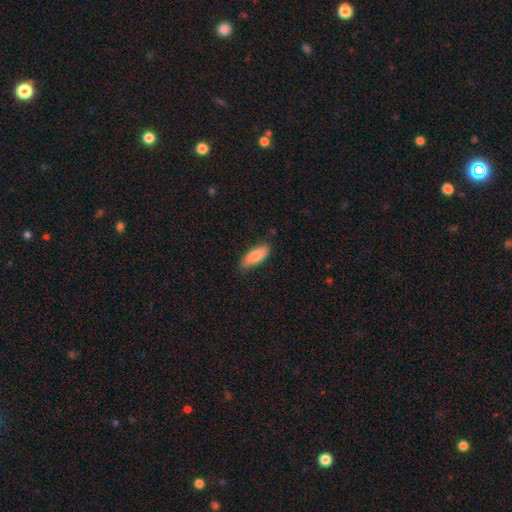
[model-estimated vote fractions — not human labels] Morphology: type=smooth (85%); roundness=in between (76%); merging=none (79%).